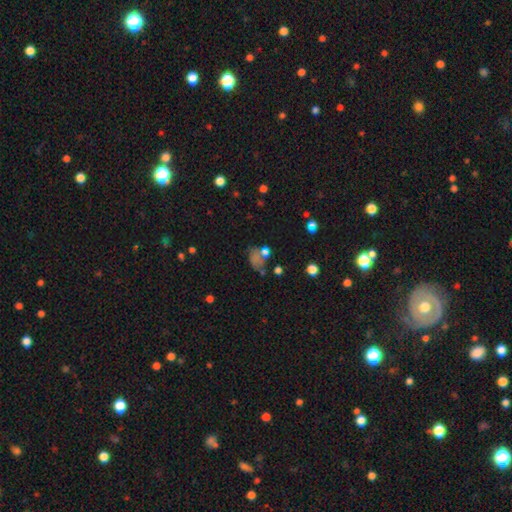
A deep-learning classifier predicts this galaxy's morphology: This is marginally a smooth galaxy (41%, tied with star or artifact). Merging: possibly none (48%).